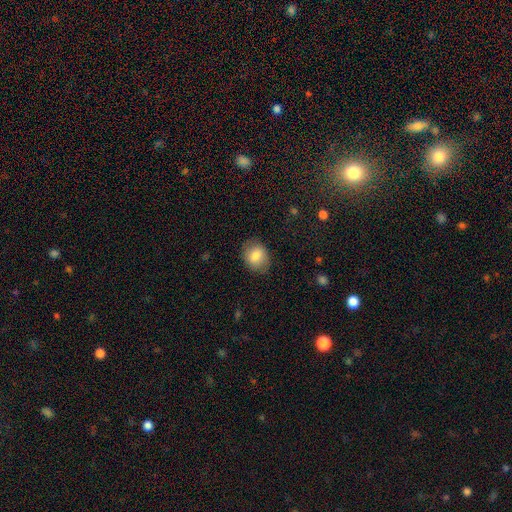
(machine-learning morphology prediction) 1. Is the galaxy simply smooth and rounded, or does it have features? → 77% smooth, 15% featured or disk, 8% star or artifact.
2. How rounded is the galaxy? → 53% round, 46% in between, 1% cigar-shaped.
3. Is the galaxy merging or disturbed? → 80% none, 15% minor disturbance, 4% major disturbance, 1% merger.